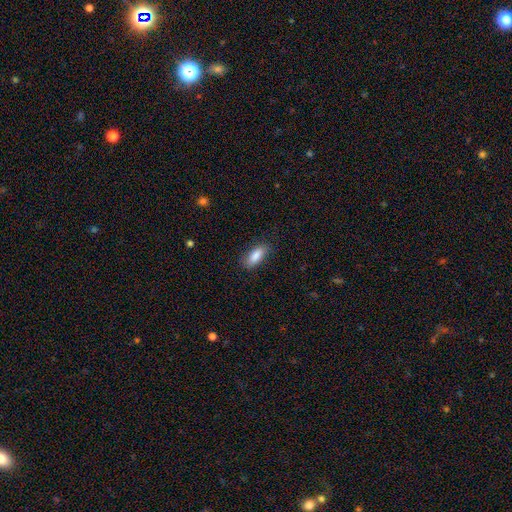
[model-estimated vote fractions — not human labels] This is clearly a smooth galaxy (86%). How rounded: likely in between (77%). Merging: clearly none (84%).